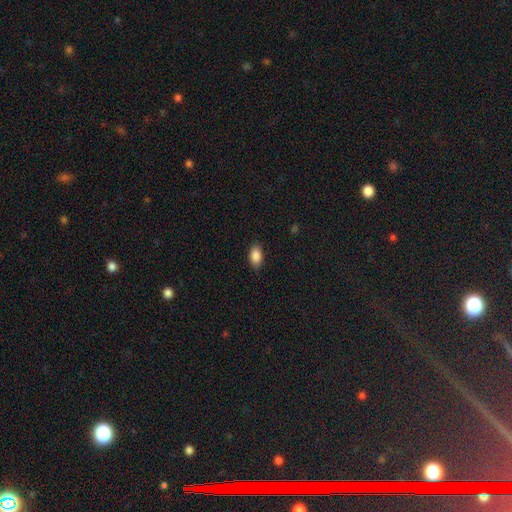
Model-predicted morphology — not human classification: A smooth galaxy with no disk features (88%) that is in between round and cigar-shaped (92%).

Vote fractions:
- Smooth or featured? smooth: 88% / star or artifact: 8% / featured or disk: 5%
- How rounded? in between: 92% / round: 6% / cigar-shaped: 3%
- Merging? none: 86% / minor disturbance: 10% / major disturbance: 2% / merger: 1%